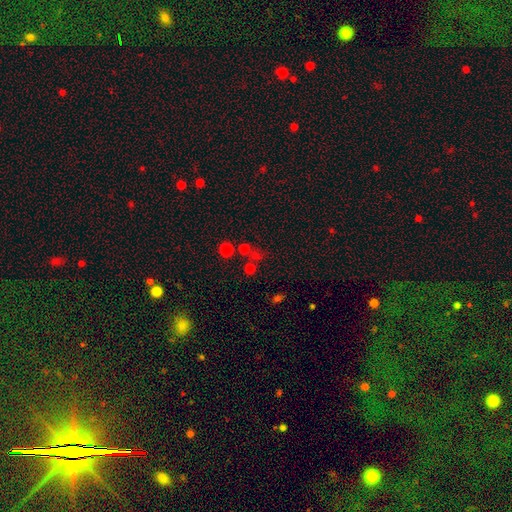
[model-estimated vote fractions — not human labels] smooth_or_featured: smooth (p=0.60) [alt: star or artifact p=0.32]
how_rounded: round (p=0.87) [alt: in between p=0.12]
merging: none (p=0.64) [alt: merger p=0.19]